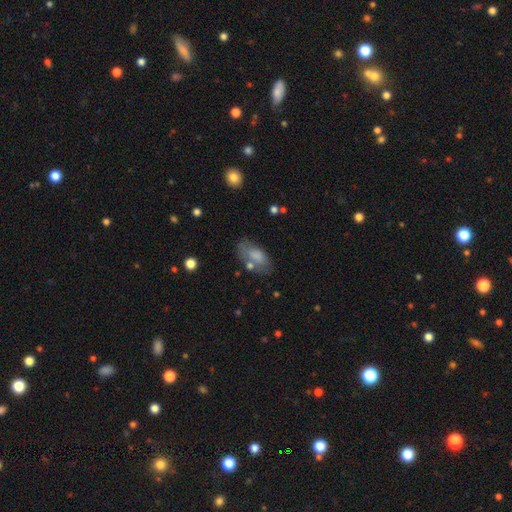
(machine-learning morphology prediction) This appears to be a smooth galaxy with no disk features (73%) that is in between round and cigar-shaped (91%). Merging: none (59%).